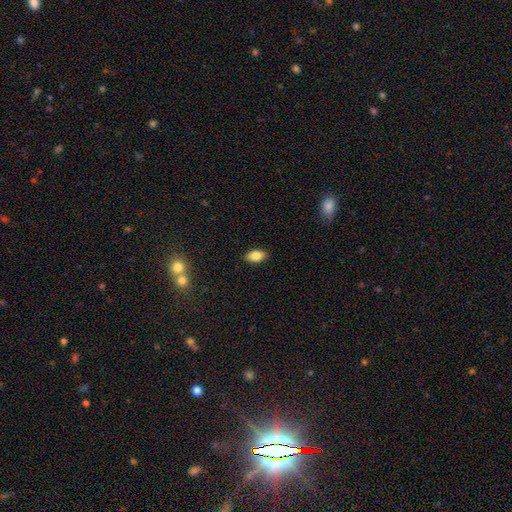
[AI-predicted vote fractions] A smooth galaxy with no disk features (83%) that is in between round and cigar-shaped (91%). Merging: none (89%).